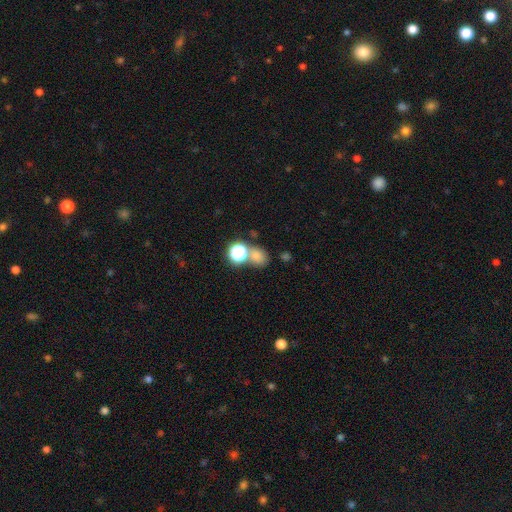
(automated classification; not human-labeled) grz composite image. It shows a smooth galaxy with no disk features (68%) that is round (62%). Merging: none (57%).